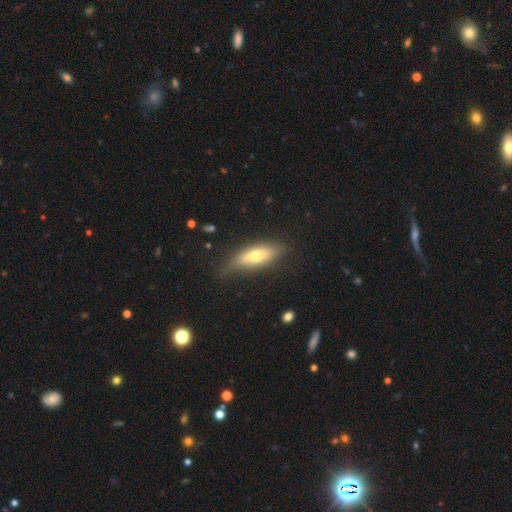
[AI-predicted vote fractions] Overall: smooth (60%; featured or disk 33%). How rounded: in between (52%; cigar-shaped 45%). Merging: none (68%).